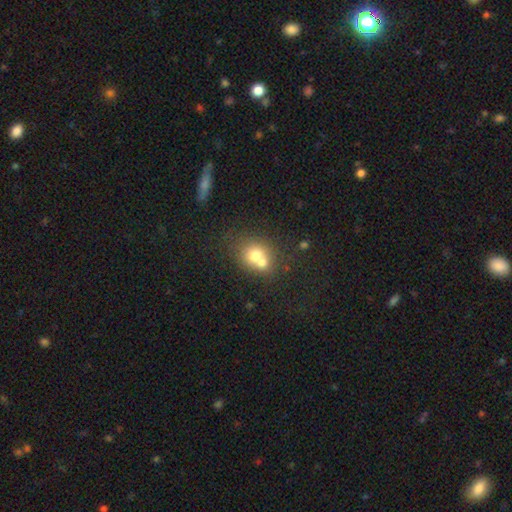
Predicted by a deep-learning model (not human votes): A smooth galaxy with no disk features (68%) that is round (69%).

Vote fractions:
- Smooth or featured? smooth: 68% / featured or disk: 20% / star or artifact: 12%
- How rounded? round: 69% / in between: 30% / cigar-shaped: 1%
- Merging? merger: 57% / none: 32% / minor disturbance: 7% / major disturbance: 3%